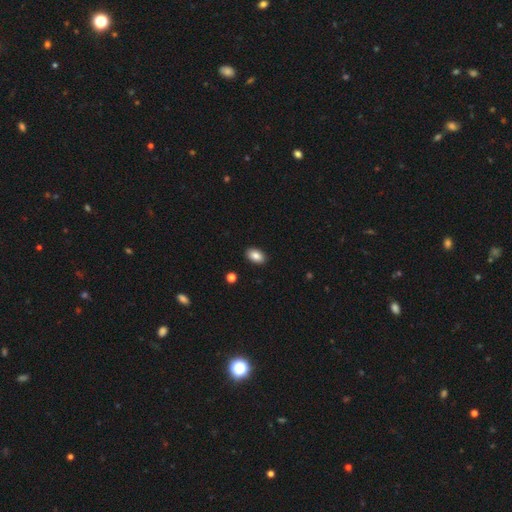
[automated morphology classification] Q: Smooth or featured?
A: smooth (87%); runner-up: star or artifact (8%)
Q: How rounded?
A: in between (91%); runner-up: round (8%)
Q: Merging?
A: none (90%); runner-up: minor disturbance (7%)